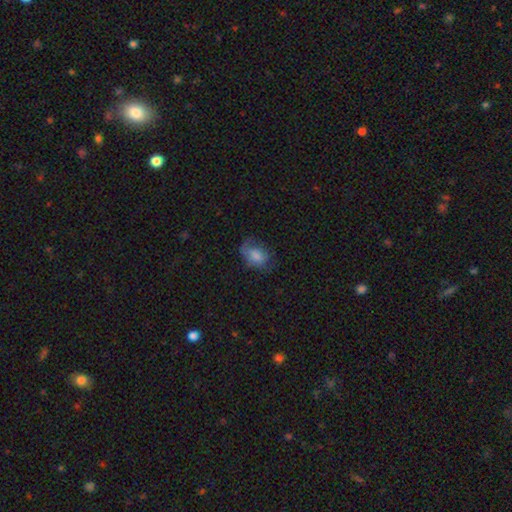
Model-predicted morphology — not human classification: This is likely a smooth galaxy (68%). How rounded: likely in between (80%). Merging: possibly none (47%).